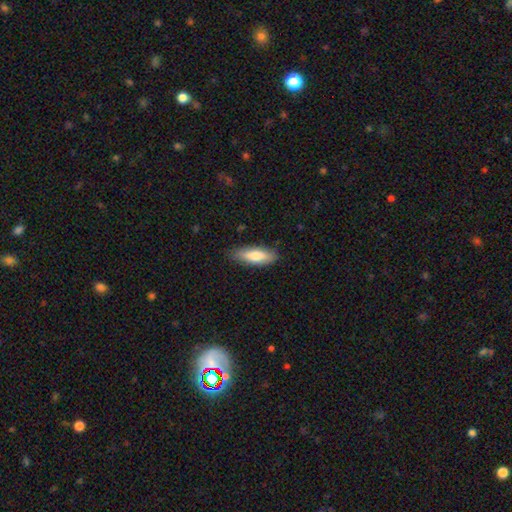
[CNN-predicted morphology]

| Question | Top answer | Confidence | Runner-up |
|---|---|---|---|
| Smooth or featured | smooth | 75% | featured or disk (20%) |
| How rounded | in between | 60% | cigar-shaped (38%) |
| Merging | none | 83% | minor disturbance (13%) |